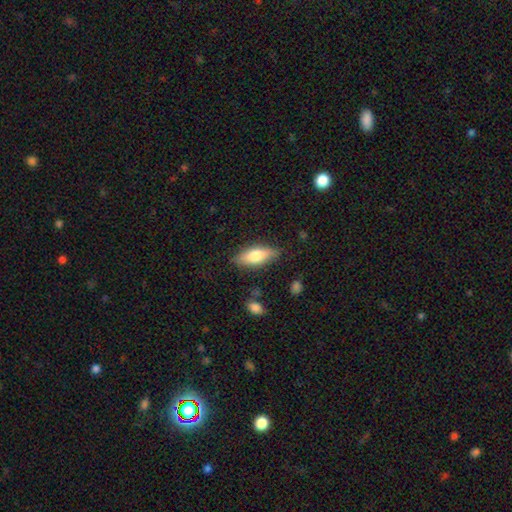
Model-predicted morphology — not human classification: smooth_or_featured: smooth (p=0.67) [alt: featured or disk p=0.27]
how_rounded: in between (p=0.67) [alt: cigar-shaped p=0.31]
merging: none (p=0.81) [alt: minor disturbance p=0.14]